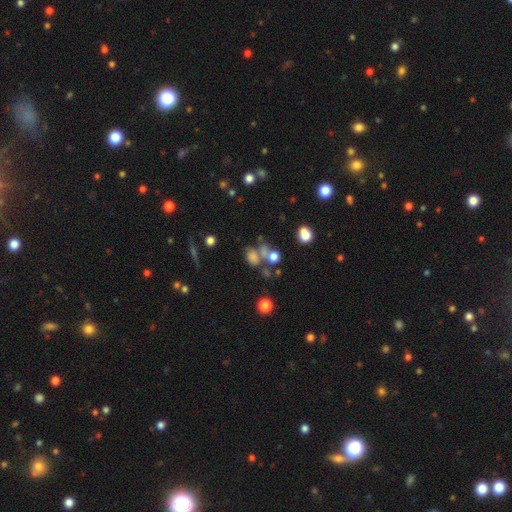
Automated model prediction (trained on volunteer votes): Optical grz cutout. It shows a smooth galaxy with no disk features (63%) that is in between round and cigar-shaped (54%). Merging: merger (41%).